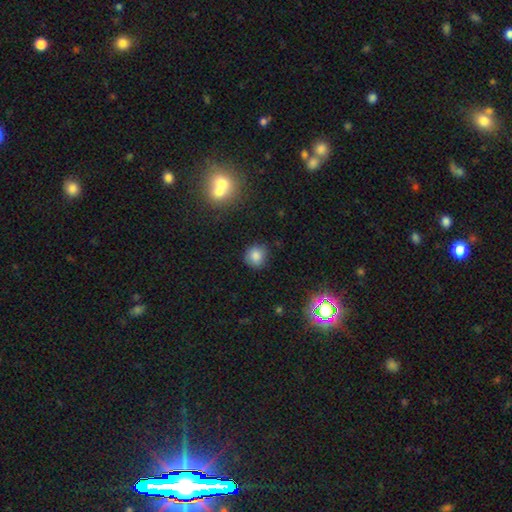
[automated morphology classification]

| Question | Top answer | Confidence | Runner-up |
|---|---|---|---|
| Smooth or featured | smooth | 82% | star or artifact (12%) |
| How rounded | round | 85% | in between (14%) |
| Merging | none | 81% | minor disturbance (14%) |